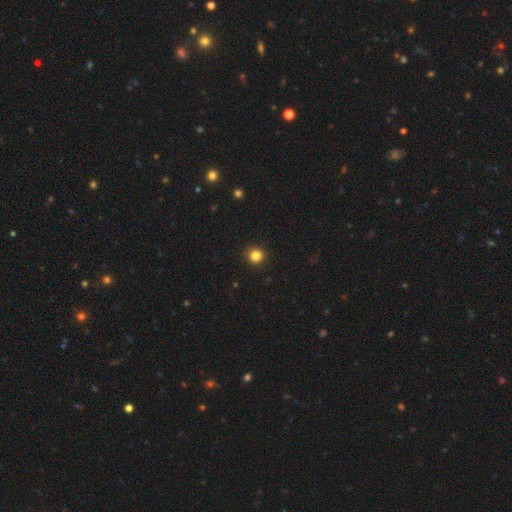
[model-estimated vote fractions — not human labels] Morphology: type=smooth (84%); roundness=round (94%); merging=none (93%).